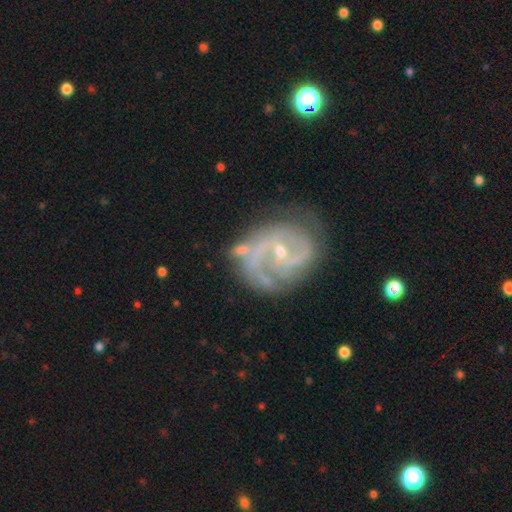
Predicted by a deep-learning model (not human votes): Morphology: type=featured or disk (85%); edge-on=no (98%); bar=weak (48%); spiral arms=yes (93%); winding=medium (46%); arm count=2 (55%); bulge=small (65%); merging=none (55%).